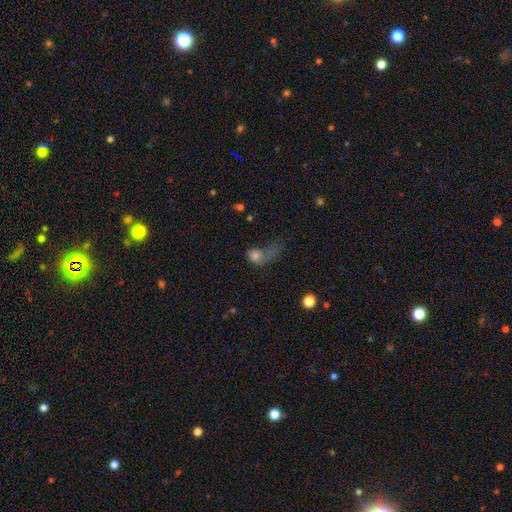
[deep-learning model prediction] smooth-or-featured: smooth: 71% | featured or disk: 16% | star or artifact: 13%
  how-rounded: in between: 52% | round: 45% | cigar-shaped: 3%
  merging: major disturbance: 55% | none: 20% | minor disturbance: 15% | merger: 10%